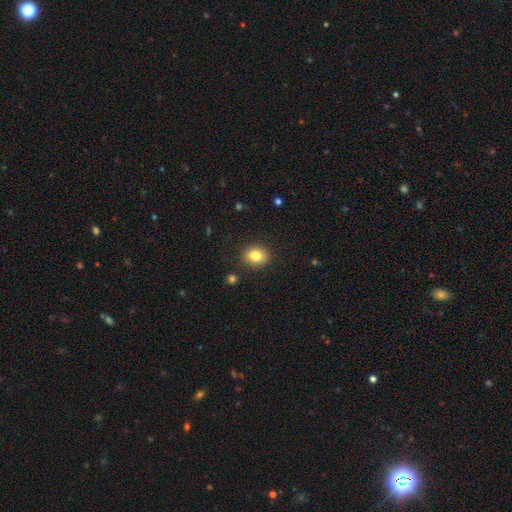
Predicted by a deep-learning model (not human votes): Smooth or featured: smooth — 82% (star or artifact — 10%)
How rounded: round — 59% (in between — 40%)
Merging: none — 88% (minor disturbance — 8%)